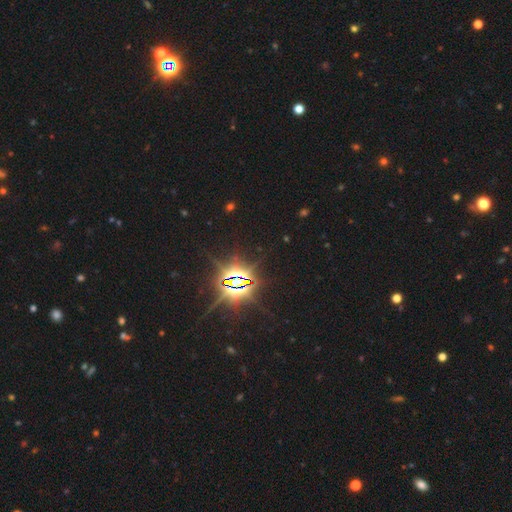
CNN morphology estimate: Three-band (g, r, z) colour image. It shows a star or artifact, not a galaxy (87%).